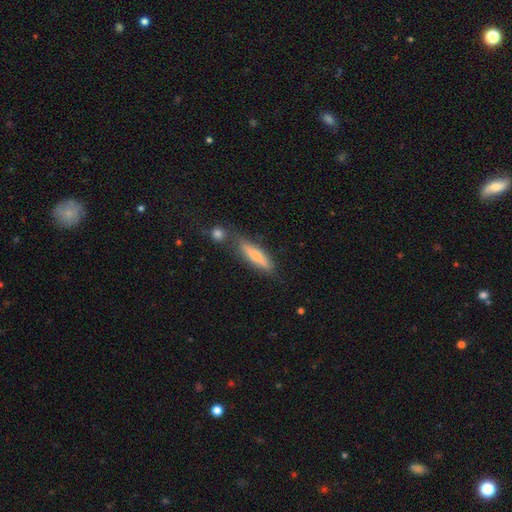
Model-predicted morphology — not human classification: Overall: smooth (67%). How rounded: cigar-shaped (74%). Merging: none (64%).